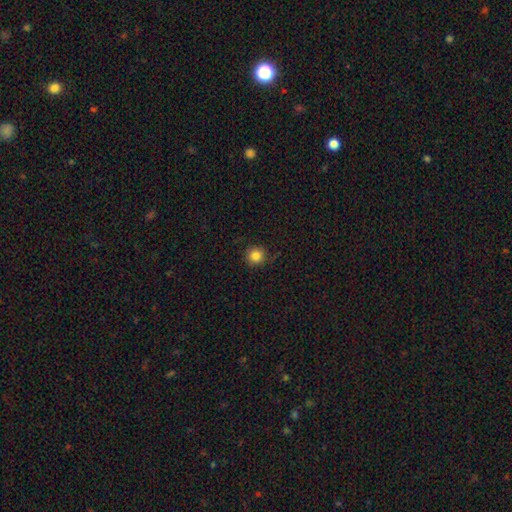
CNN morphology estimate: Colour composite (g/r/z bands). It shows a smooth galaxy with no disk features (84%) that is round (94%). Merging: none (86%).